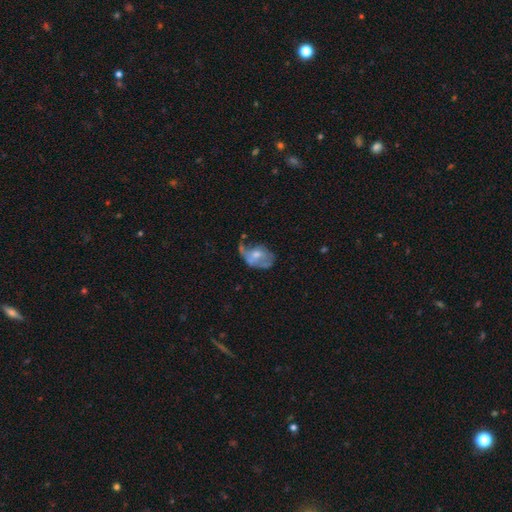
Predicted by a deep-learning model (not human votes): A featured or disk galaxy (55%) with no bar (73%), no spiral arms (57%) and a moderate central bulge (54%).

Vote fractions:
- Smooth or featured? featured or disk: 55% / smooth: 37% / star or artifact: 8%
- Edge-on disk? no: 96% / yes: 4%
- Bar? no: 73% / weak: 23% / strong: 4%
- Spiral arms? no: 57% / yes: 43%
- Bulge size? moderate: 54% / small: 32% / none: 7% / large: 6% / dominant: 1%
- Merging? major disturbance: 39% / minor disturbance: 27% / none: 26% / merger: 8%